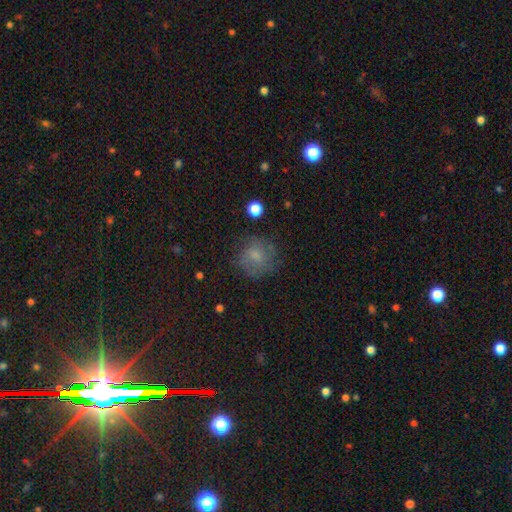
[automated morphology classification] The model was most divided on "smooth or featured": smooth: 66%, featured or disk: 21%, star or artifact: 13%. More confident: how rounded — round (82%); merging — none (68%).